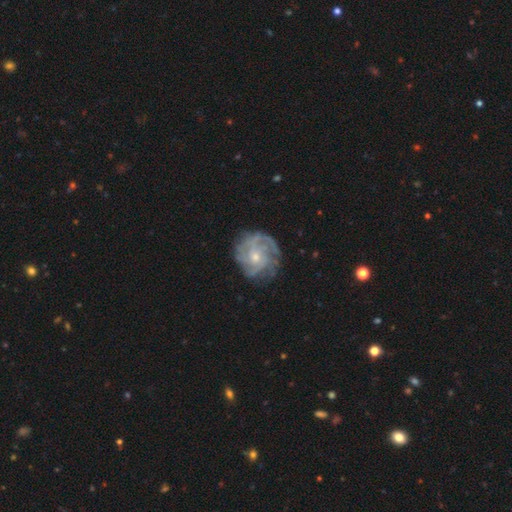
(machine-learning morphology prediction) A featured or disk galaxy (81%) with no bar (75%), tight (59%) spiral arms (92%) and a small central bulge (54%). Merging: none (73%).